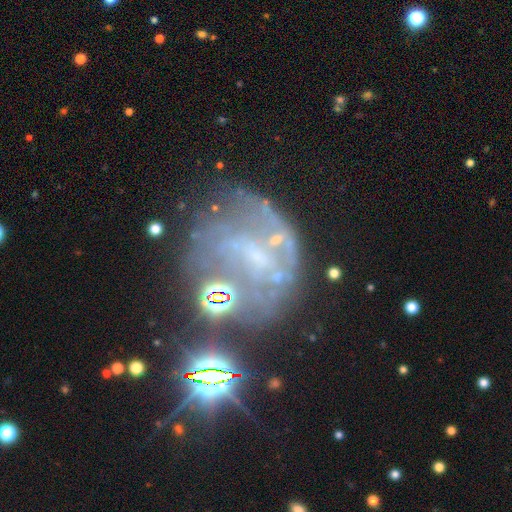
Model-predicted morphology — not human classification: This appears to be a featured or disk galaxy (60%) with no bar (63%), no spiral arms (62%) and no central bulge (49%). Merging: none (42%).